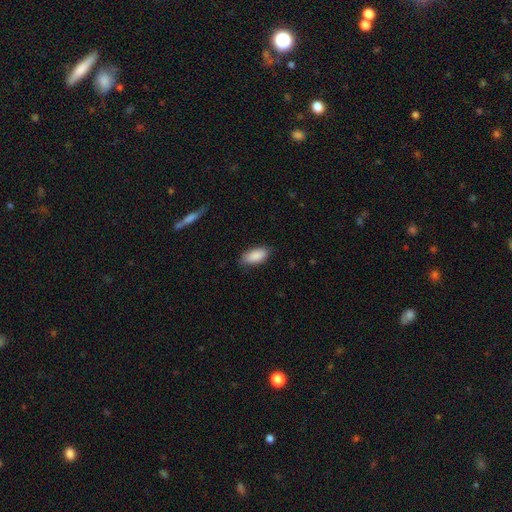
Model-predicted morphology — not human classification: Q: Smooth or featured?
A: smooth (89%); runner-up: star or artifact (6%)
Q: How rounded?
A: in between (92%); runner-up: cigar-shaped (6%)
Q: Merging?
A: none (79%); runner-up: minor disturbance (17%)